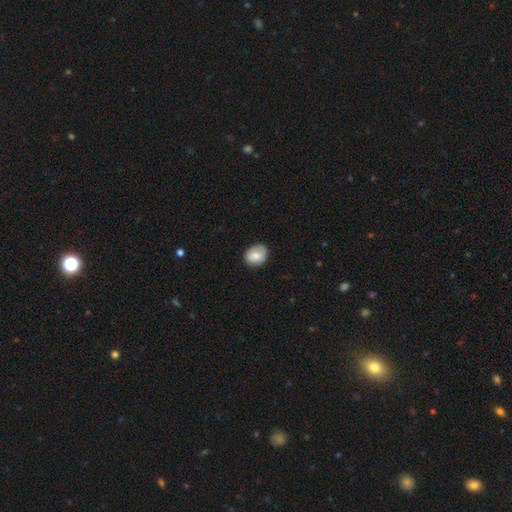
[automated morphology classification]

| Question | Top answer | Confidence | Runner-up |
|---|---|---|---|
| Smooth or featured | smooth | 77% | featured or disk (16%) |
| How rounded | round | 50% | in between (49%) |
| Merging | none | 76% | minor disturbance (19%) |